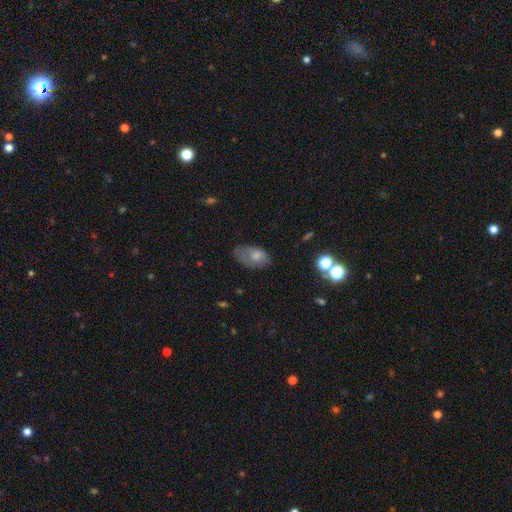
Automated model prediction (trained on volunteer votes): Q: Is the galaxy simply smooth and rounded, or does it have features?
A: smooth — 71%.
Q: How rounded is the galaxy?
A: in between — 91%.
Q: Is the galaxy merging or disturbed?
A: none — 48%.